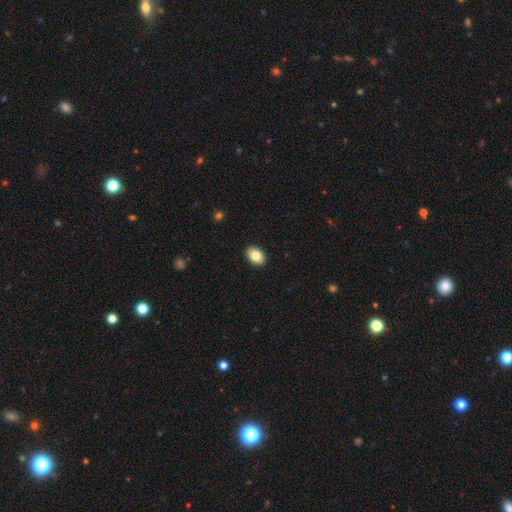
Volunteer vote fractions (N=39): Smooth or featured? 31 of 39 (79%) said smooth. How rounded? 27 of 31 (87%) said in between. Merging? 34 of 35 (97%) said none.